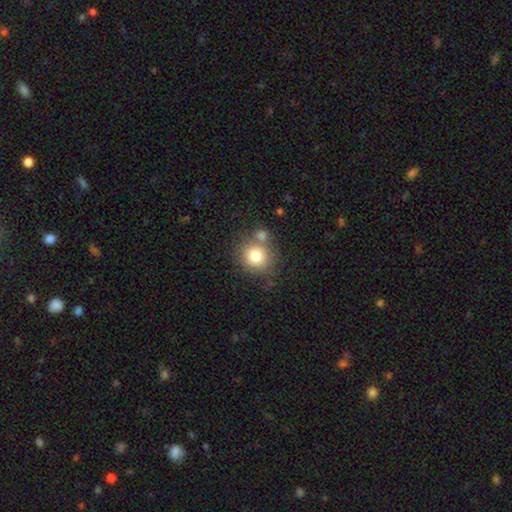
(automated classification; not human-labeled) Smooth or featured?
  - smooth: 79% *
  - star or artifact: 11%
  - featured or disk: 10%
How rounded?
  - round: 87% *
  - in between: 13%
  - cigar-shaped: 1%
Merging?
  - none: 64% *
  - merger: 21%
  - minor disturbance: 11%
  - major disturbance: 4%